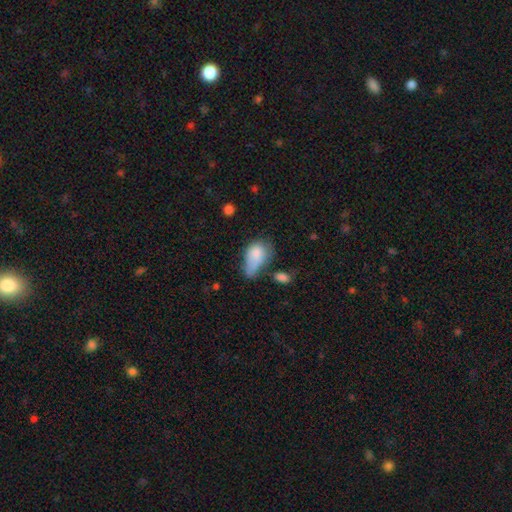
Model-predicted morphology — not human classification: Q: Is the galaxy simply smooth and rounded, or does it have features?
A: smooth — 77%.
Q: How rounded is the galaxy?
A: in between — 85%.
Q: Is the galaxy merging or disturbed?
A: minor disturbance — 31%.